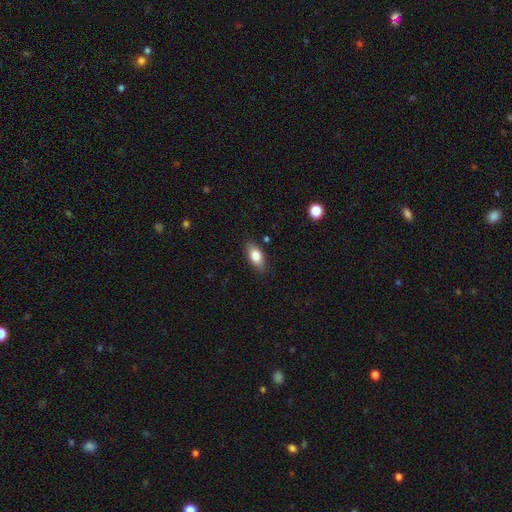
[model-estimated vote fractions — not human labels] Smooth or featured?
  - smooth: 80% *
  - featured or disk: 12%
  - star or artifact: 7%
How rounded?
  - in between: 87% *
  - cigar-shaped: 9%
  - round: 4%
Merging?
  - none: 85% *
  - minor disturbance: 12%
  - major disturbance: 2%
  - merger: 1%